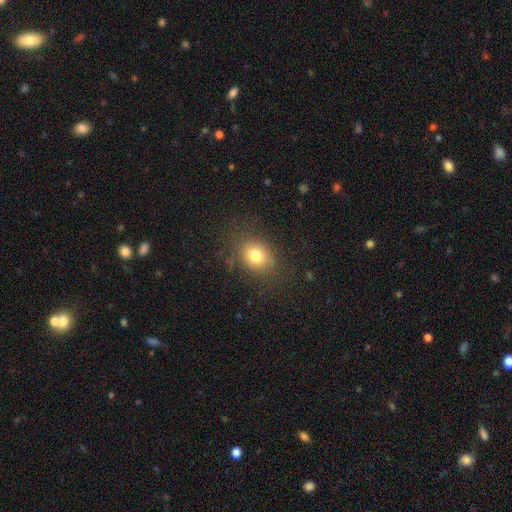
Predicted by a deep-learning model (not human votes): smooth_or_featured: smooth (p=0.76) [alt: star or artifact p=0.13]
how_rounded: round (p=0.57) [alt: in between p=0.42]
merging: none (p=0.80) [alt: minor disturbance p=0.12]